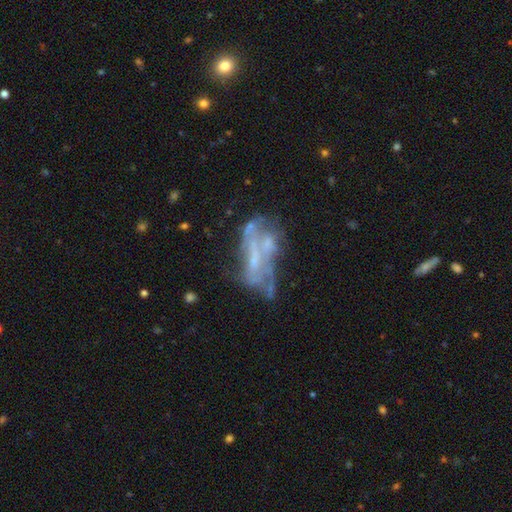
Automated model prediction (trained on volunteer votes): Smooth or featured?
  - featured or disk: 69% *
  - smooth: 17%
  - star or artifact: 14%
Edge-on disk?
  - no: 91% *
  - yes: 9%
Bar?
  - no: 57% *
  - weak: 27%
  - strong: 16%
Spiral arms?
  - no: 65% *
  - yes: 35%
Bulge size?
  - none: 47% *
  - small: 32%
  - moderate: 18%
  - large: 2%
  - dominant: 1%
Merging?
  - none: 32% *
  - major disturbance: 29%
  - merger: 22%
  - minor disturbance: 18%